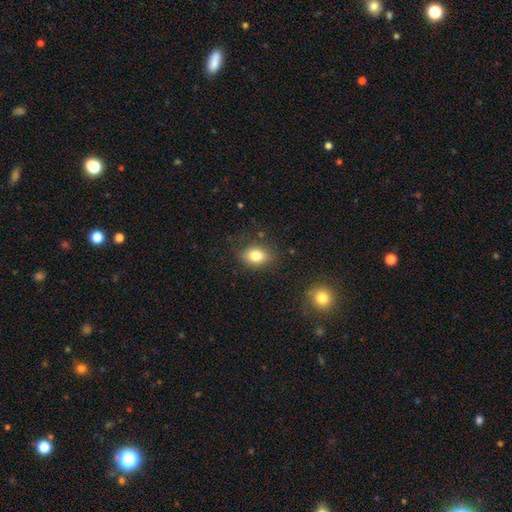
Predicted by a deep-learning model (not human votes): Overall: smooth (81%). How rounded: in between (67%; round 31%). Merging: none (80%).